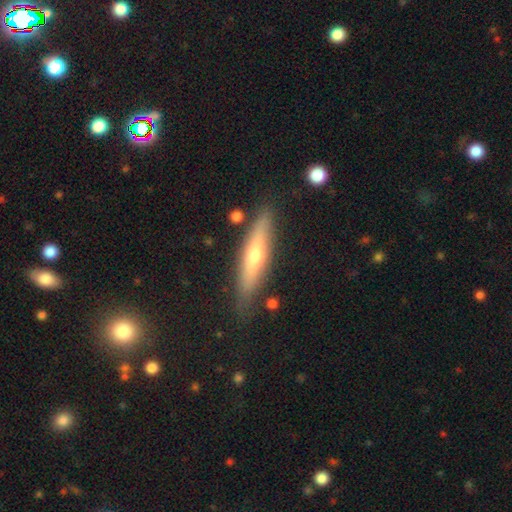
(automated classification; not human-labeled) Smooth or featured? Predicted: featured or disk (p=0.54). Edge-on disk? Predicted: yes (p=0.91). Merging? Predicted: none (p=0.85).